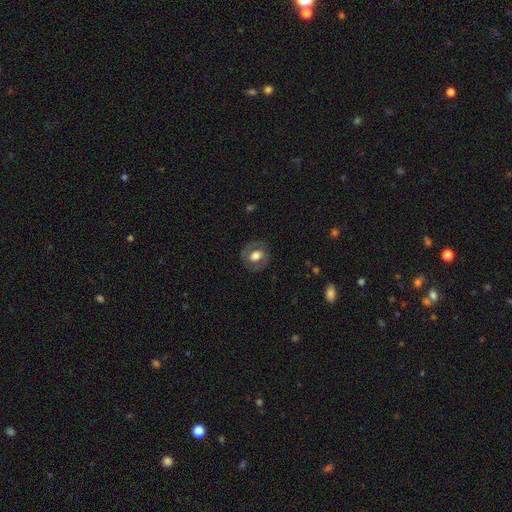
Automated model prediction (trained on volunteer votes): A smooth galaxy with no disk features (49%).

Vote fractions:
- Smooth or featured? smooth: 49% / featured or disk: 44% / star or artifact: 7%
- Merging? none: 80% / minor disturbance: 12% / major disturbance: 7% / merger: 1%